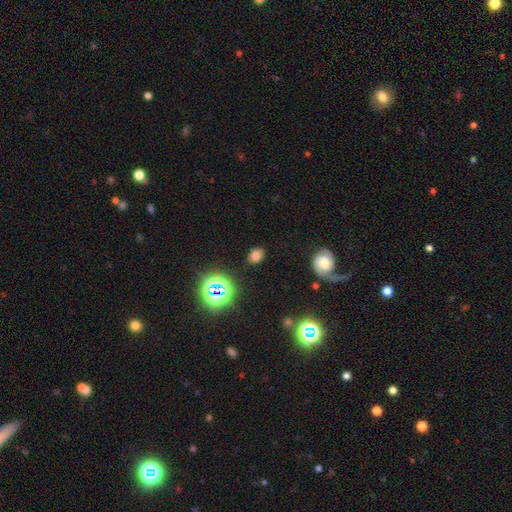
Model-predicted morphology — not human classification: Smooth or featured? Predicted: smooth (p=0.67). How rounded? Predicted: in between (p=0.63). Merging? Predicted: none (p=0.80).